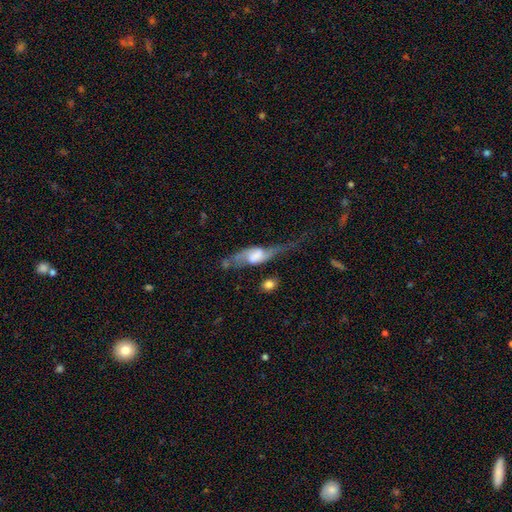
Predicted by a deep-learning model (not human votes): featured or disk 64%, smooth 29%, star or artifact 7%. Down the decision tree: edge-on disk — no (66%); merging — major disturbance (35%).